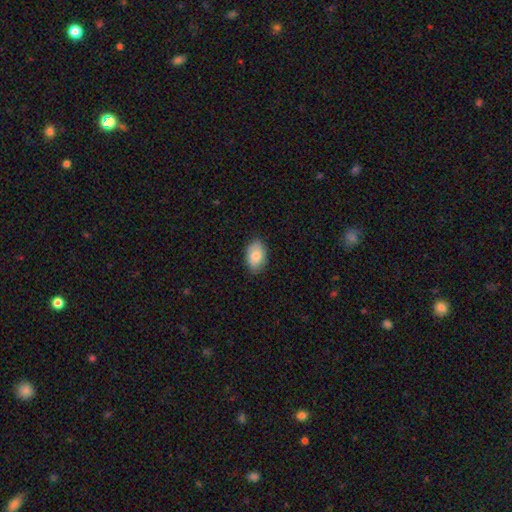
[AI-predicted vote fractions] smooth_or_featured: smooth (p=0.81) [alt: featured or disk p=0.12]
how_rounded: in between (p=0.88) [alt: round p=0.10]
merging: none (p=0.82) [alt: minor disturbance p=0.15]